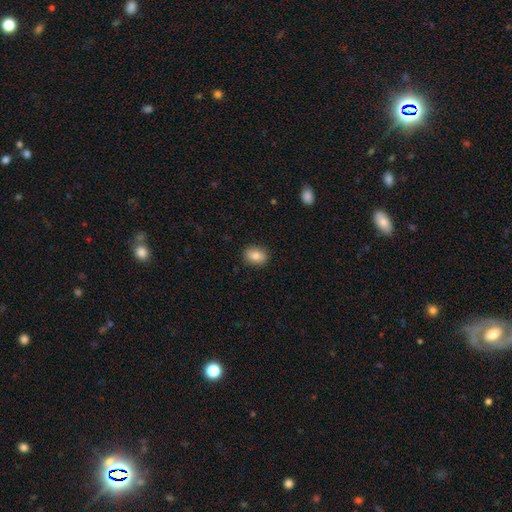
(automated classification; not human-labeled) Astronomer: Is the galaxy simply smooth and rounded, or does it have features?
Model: smooth — 82%.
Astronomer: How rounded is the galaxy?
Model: in between — 61% (runner-up: round, 38%).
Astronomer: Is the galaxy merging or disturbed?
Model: none — 89%.